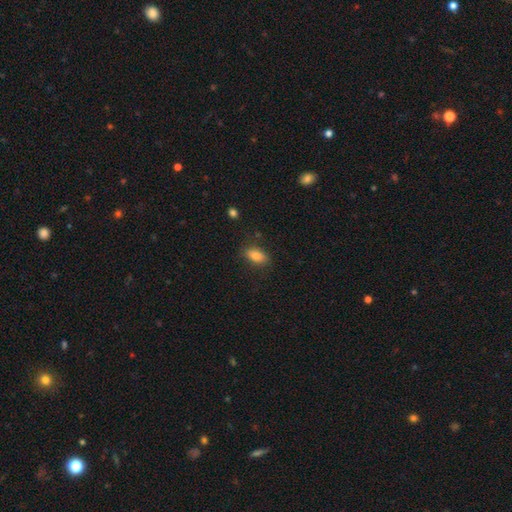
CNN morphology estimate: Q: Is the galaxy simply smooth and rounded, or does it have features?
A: smooth — 84%.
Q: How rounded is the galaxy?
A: in between — 89%.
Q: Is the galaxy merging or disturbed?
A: none — 80%.